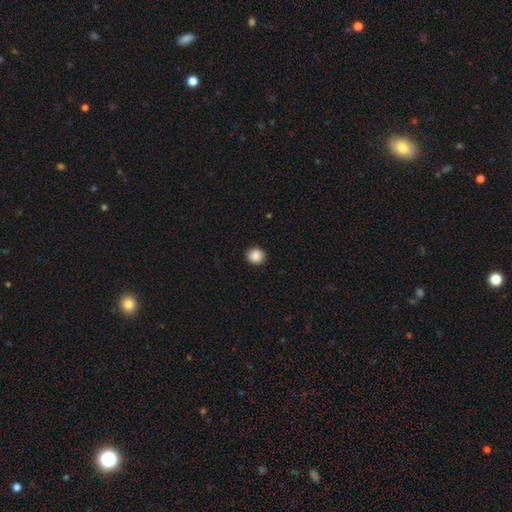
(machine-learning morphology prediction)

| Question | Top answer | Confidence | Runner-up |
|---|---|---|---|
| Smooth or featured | smooth | 88% | star or artifact (9%) |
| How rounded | round | 88% | in between (11%) |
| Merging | none | 91% | minor disturbance (7%) |